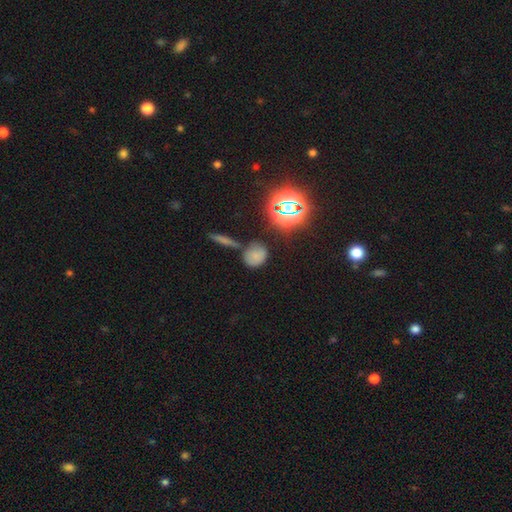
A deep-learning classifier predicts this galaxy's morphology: This appears to be a smooth galaxy with no disk features (66%) that is round (68%). Merging: none (66%).